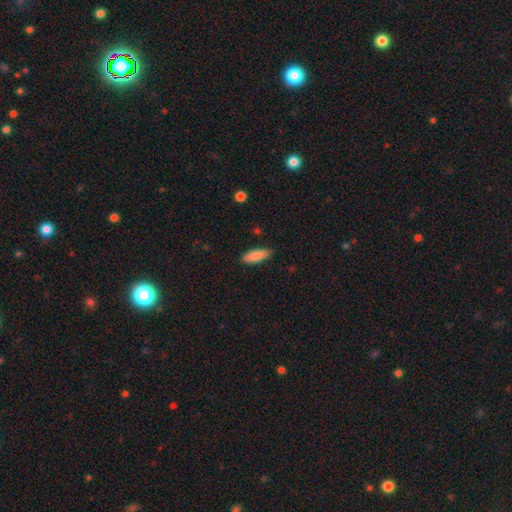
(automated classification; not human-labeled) Smooth or featured: smooth — 87% (featured or disk — 7%)
How rounded: in between — 66% (cigar-shaped — 32%)
Merging: none — 86% (minor disturbance — 11%)